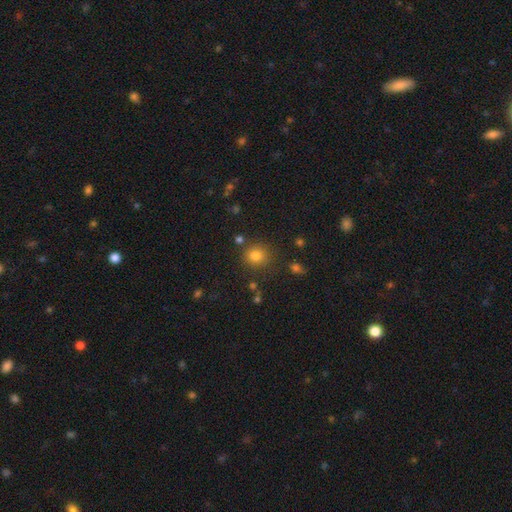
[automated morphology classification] Smooth or featured?
  - smooth: 79% *
  - star or artifact: 14%
  - featured or disk: 6%
How rounded?
  - round: 86% *
  - in between: 13%
  - cigar-shaped: 1%
Merging?
  - none: 81% *
  - minor disturbance: 10%
  - merger: 5%
  - major disturbance: 4%